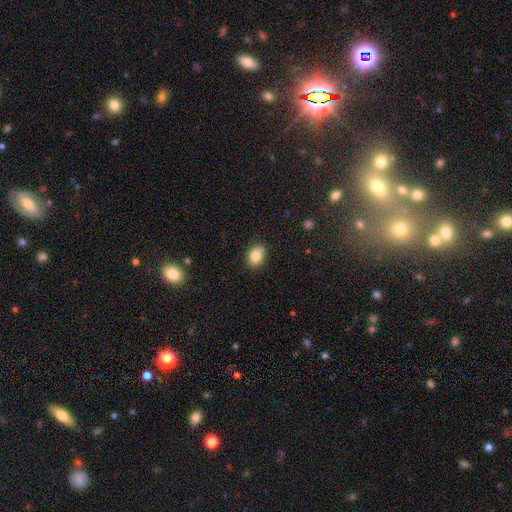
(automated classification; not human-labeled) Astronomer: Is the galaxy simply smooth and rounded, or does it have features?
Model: smooth — 84%.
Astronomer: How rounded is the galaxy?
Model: in between — 70%.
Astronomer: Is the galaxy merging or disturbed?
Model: none — 84%.